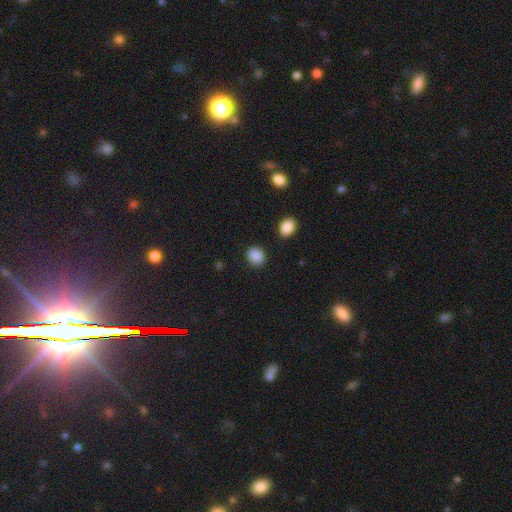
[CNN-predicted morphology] Q: Smooth or featured?
A: smooth (88%); runner-up: star or artifact (9%)
Q: How rounded?
A: round (75%); runner-up: in between (24%)
Q: Merging?
A: none (87%); runner-up: minor disturbance (8%)